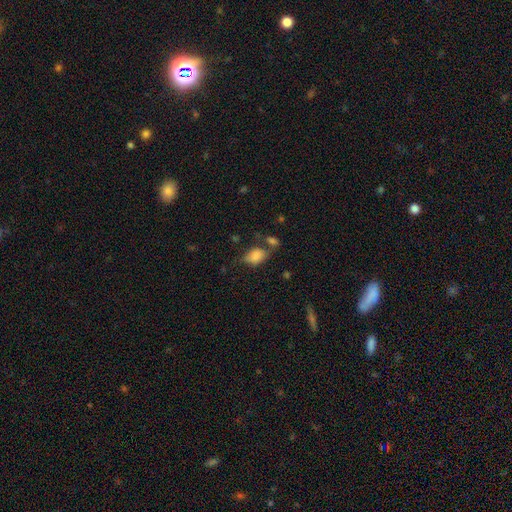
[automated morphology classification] A smooth galaxy with no disk features (83%) that is in between round and cigar-shaped (86%). Merging: none (48%).